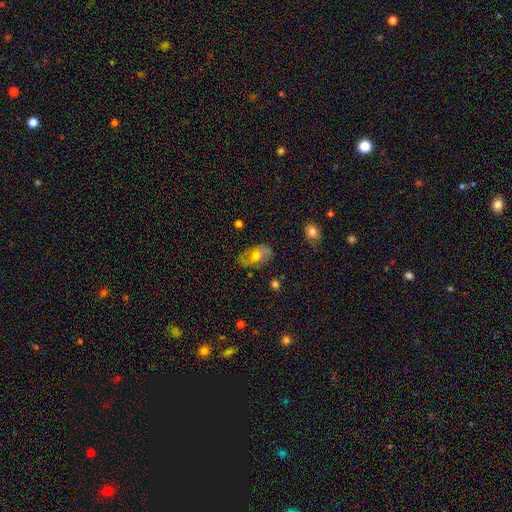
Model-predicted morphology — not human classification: A smooth galaxy with no disk features (57%) that is in between round and cigar-shaped (91%). Merging: none (70%).